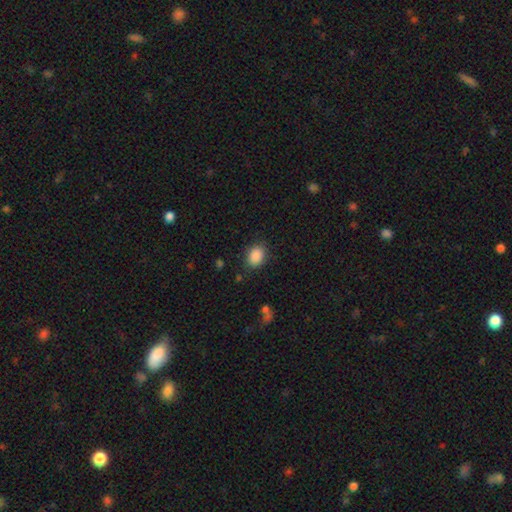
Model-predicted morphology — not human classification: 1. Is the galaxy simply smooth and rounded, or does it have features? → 88% smooth, 8% star or artifact, 4% featured or disk.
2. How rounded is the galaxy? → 66% in between, 33% round, 1% cigar-shaped.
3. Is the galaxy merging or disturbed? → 83% none, 12% minor disturbance, 4% major disturbance, 2% merger.